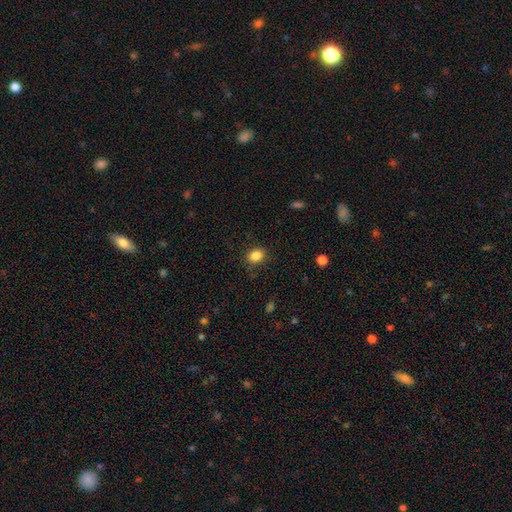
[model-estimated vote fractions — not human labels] A smooth galaxy with no disk features (86%) that is round (50%). Merging: none (84%).